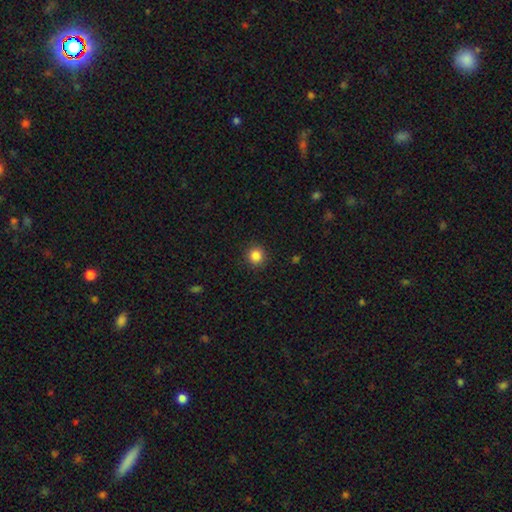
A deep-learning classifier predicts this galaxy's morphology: type=smooth (85%); roundness=round (94%); merging=none (92%).